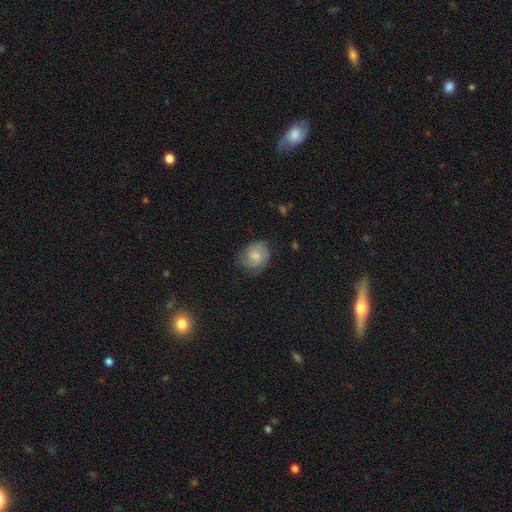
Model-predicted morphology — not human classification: smooth_or_featured: smooth (p=0.58) [alt: featured or disk p=0.34]
how_rounded: round (p=0.66) [alt: in between p=0.33]
merging: none (p=0.69) [alt: minor disturbance p=0.23]